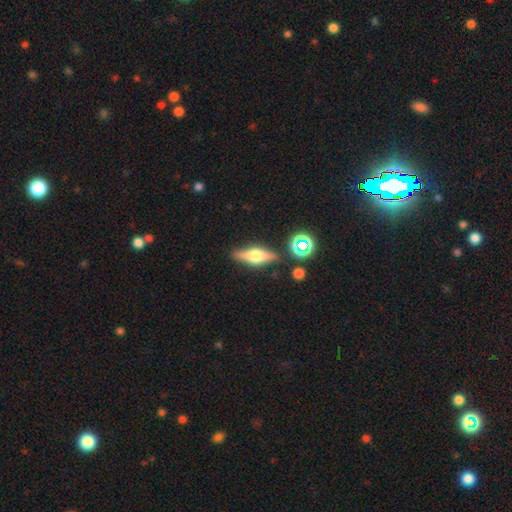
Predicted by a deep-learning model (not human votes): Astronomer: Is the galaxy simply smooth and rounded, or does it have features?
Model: featured or disk — 55% (runner-up: smooth, 35%).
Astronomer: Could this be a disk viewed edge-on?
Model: yes — 92%.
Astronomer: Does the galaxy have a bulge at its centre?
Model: rounded — 92%.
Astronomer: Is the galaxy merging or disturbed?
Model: none — 83%.